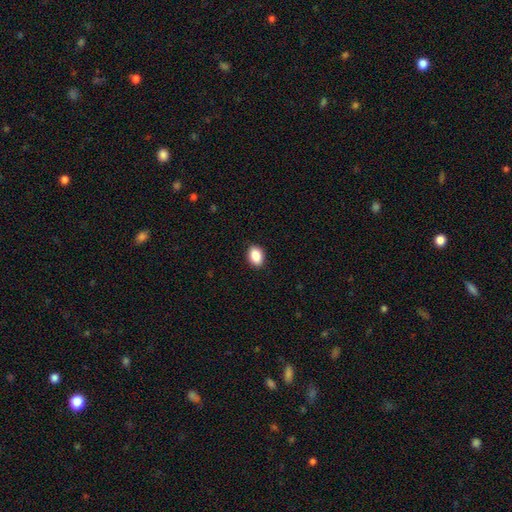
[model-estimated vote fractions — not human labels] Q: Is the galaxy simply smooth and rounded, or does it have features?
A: smooth — 88%.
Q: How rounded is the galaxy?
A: in between — 82%.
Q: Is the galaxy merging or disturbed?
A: none — 90%.